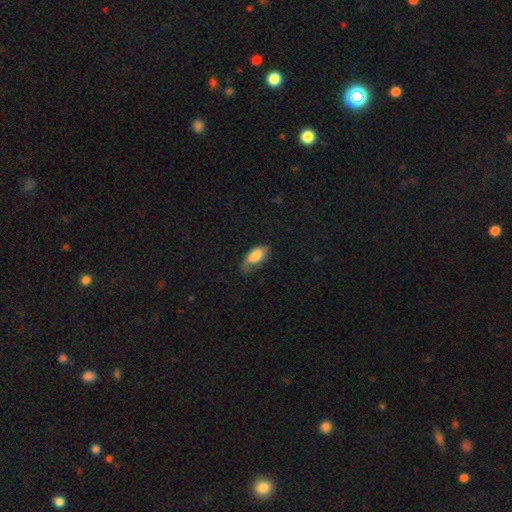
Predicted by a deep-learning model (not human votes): Q: Smooth or featured?
A: smooth (79%); runner-up: featured or disk (14%)
Q: How rounded?
A: in between (90%); runner-up: cigar-shaped (8%)
Q: Merging?
A: none (44%); runner-up: minor disturbance (37%)